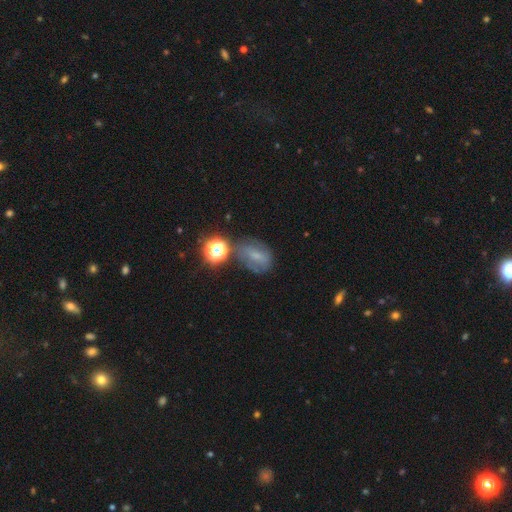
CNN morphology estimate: Smooth or featured? featured or disk (37%)
Merging? none (61%)